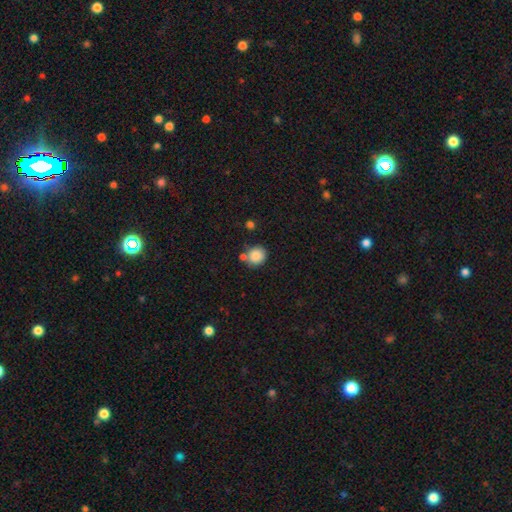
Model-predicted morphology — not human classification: The model was most divided on "merging": none: 67%, merger: 16%, minor disturbance: 13%, major disturbance: 4%. More confident: how rounded — round (87%); smooth or featured — smooth (86%).